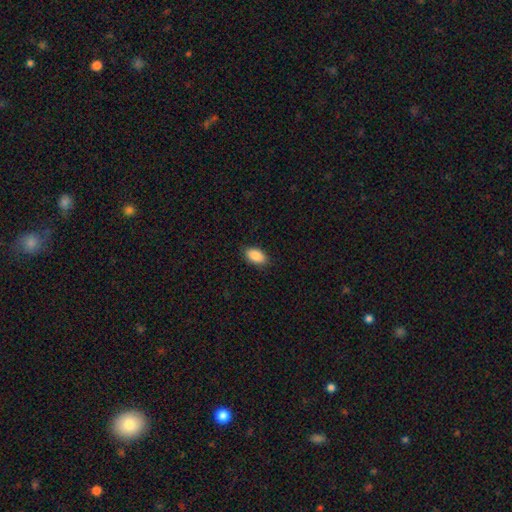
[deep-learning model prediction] This is clearly a smooth galaxy (90%). How rounded: clearly in between (93%). Merging: clearly none (88%).